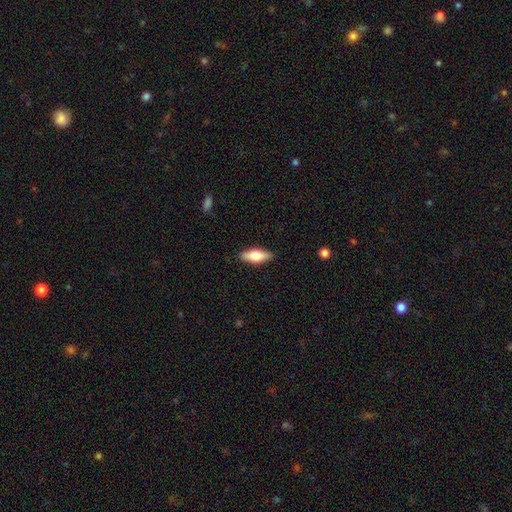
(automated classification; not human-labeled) A smooth galaxy with no disk features (70%) that is in between round and cigar-shaped (69%). Merging: none (88%).